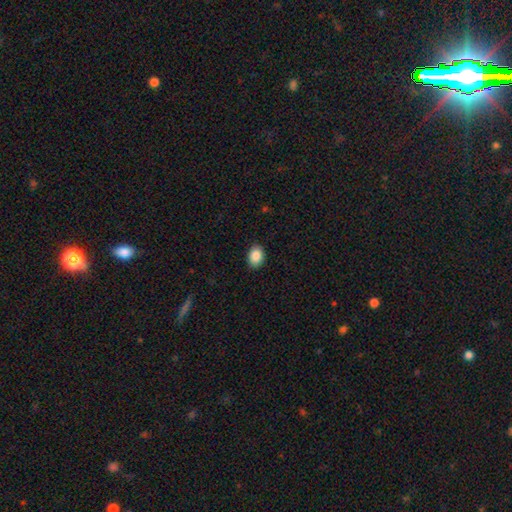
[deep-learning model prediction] A smooth galaxy with no disk features (88%) that is in between round and cigar-shaped (72%). Merging: none (88%).